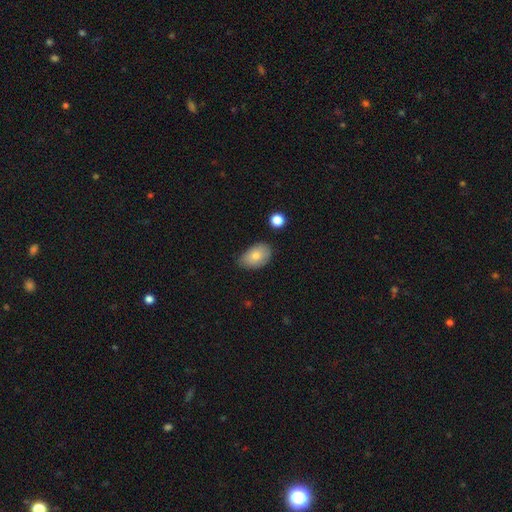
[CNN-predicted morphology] Overall: smooth (78%). How rounded: in between (88%). Merging: none (70%).